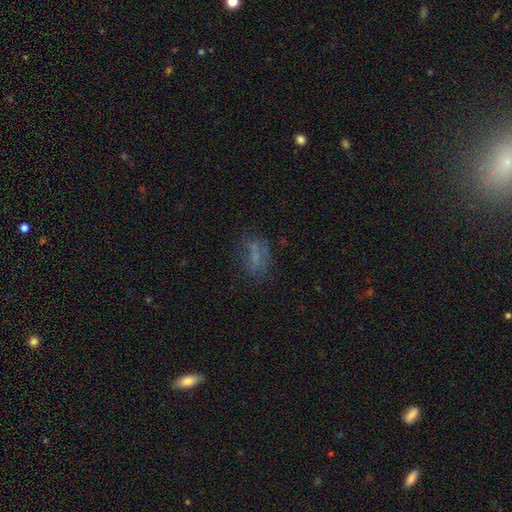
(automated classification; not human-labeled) Smooth or featured: smooth — 50% (featured or disk — 30%)
Merging: none — 57% (minor disturbance — 20%)